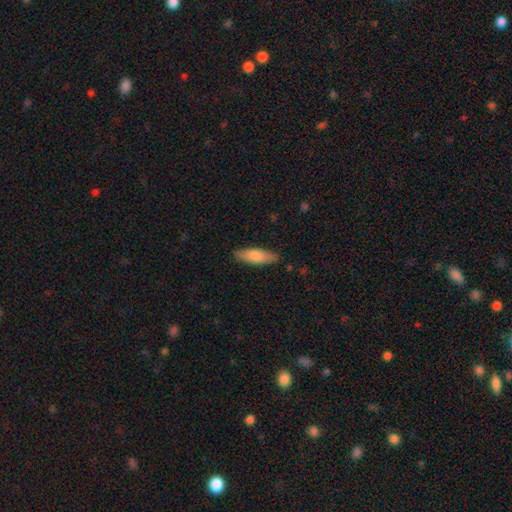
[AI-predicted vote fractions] Overall: smooth (79%). How rounded: in between (50%; cigar-shaped 48%). Merging: none (86%).